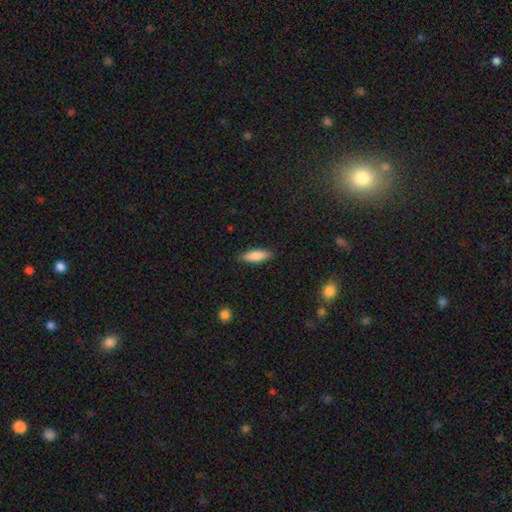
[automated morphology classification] This appears to be a smooth galaxy with no disk features (86%) that is in between round and cigar-shaped (64%). Merging: none (87%).